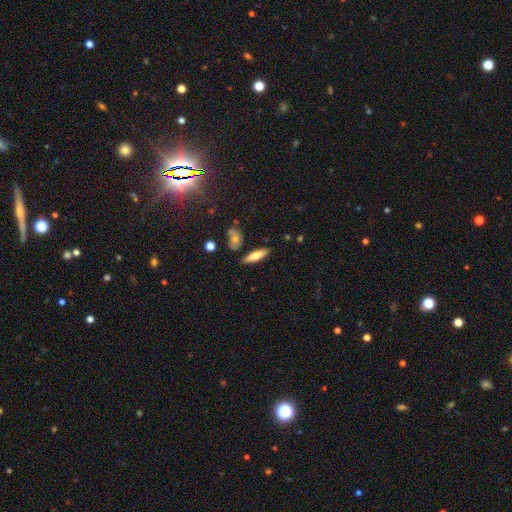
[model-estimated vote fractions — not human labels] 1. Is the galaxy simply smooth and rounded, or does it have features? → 72% smooth, 21% featured or disk, 7% star or artifact.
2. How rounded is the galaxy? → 61% cigar-shaped, 37% in between, 2% round.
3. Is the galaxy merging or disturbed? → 82% none, 11% minor disturbance, 4% merger, 3% major disturbance.